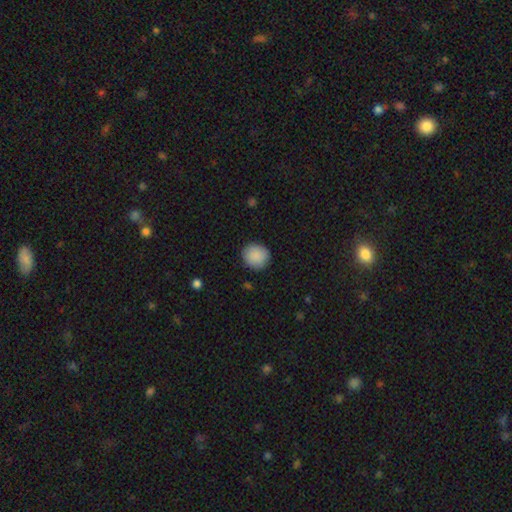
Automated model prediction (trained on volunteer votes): A smooth galaxy with no disk features (90%) that is round (90%).

Vote fractions:
- Smooth or featured? smooth: 90% / star or artifact: 7% / featured or disk: 3%
- How rounded? round: 90% / in between: 9% / cigar-shaped: 1%
- Merging? none: 90% / minor disturbance: 7% / major disturbance: 2% / merger: 1%